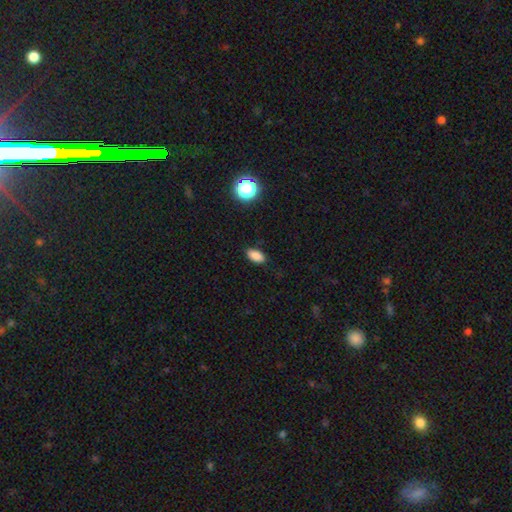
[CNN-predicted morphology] Smooth or featured?
  - smooth: 85% *
  - star or artifact: 11%
  - featured or disk: 4%
How rounded?
  - in between: 91% *
  - round: 6%
  - cigar-shaped: 3%
Merging?
  - none: 86% *
  - minor disturbance: 10%
  - major disturbance: 2%
  - merger: 1%